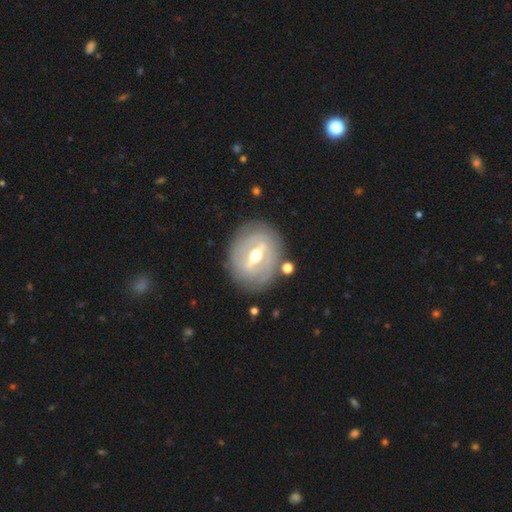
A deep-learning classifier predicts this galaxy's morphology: smooth-or-featured: featured or disk: 80% | smooth: 15% | star or artifact: 5%
  disk-edge-on: no: 89% | yes: 11%
    bar: strong: 66% | weak: 27% | no: 8%
    has-spiral-arms: yes: 57% | no: 43%
    bulge-size: moderate: 75% | small: 17% | large: 6% | dominant: 1% | none: 1%
  merging: none: 82% | minor disturbance: 12% | major disturbance: 4% | merger: 3%